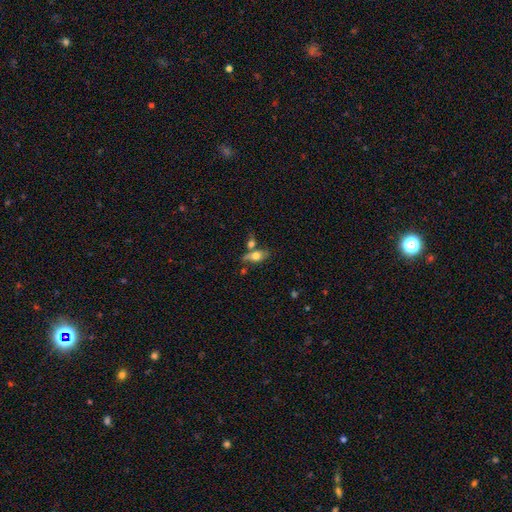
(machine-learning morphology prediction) The model was most divided on "merging": none: 42%, merger: 34%, minor disturbance: 15%, major disturbance: 9%. More confident: how rounded — in between (75%); smooth or featured — smooth (60%).